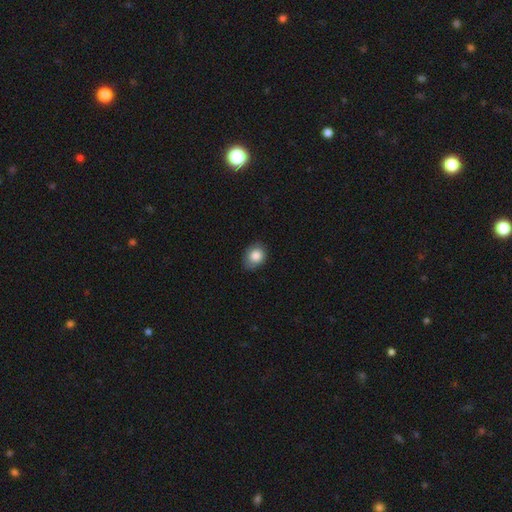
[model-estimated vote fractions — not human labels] smooth-or-featured: smooth: 83% | featured or disk: 8% | star or artifact: 8%
  how-rounded: in between: 53% | round: 46% | cigar-shaped: 1%
  merging: none: 75% | minor disturbance: 21% | major disturbance: 3% | merger: 1%